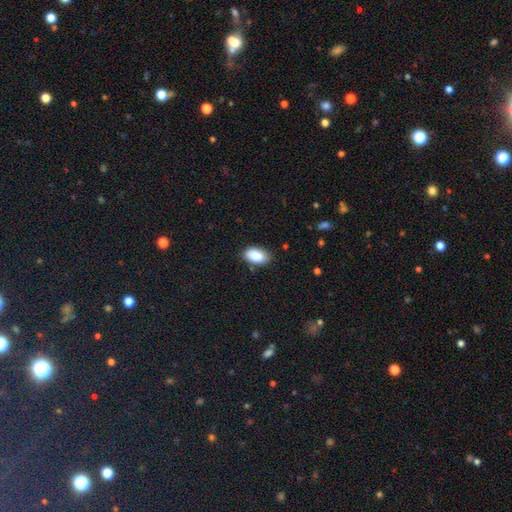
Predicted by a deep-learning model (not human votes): Smooth or featured? Predicted: smooth (p=0.89). How rounded? Predicted: in between (p=0.94). Merging? Predicted: none (p=0.82).